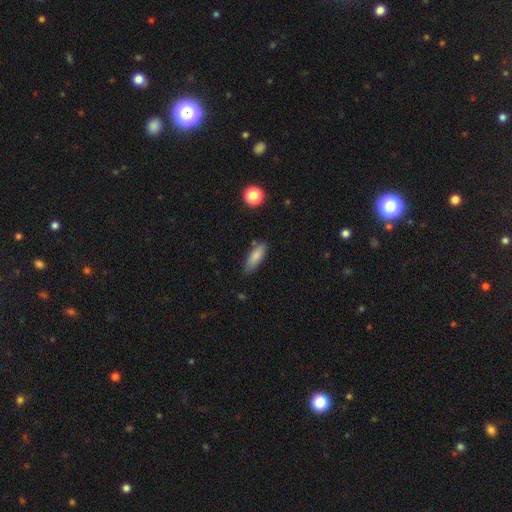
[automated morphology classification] Overall: smooth (82%). How rounded: in between (62%; cigar-shaped 36%). Merging: none (74%).